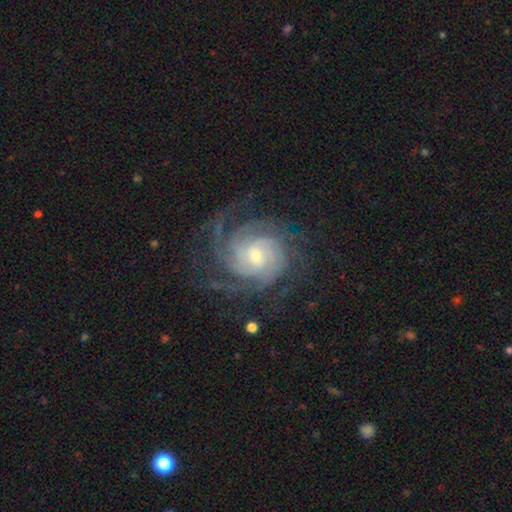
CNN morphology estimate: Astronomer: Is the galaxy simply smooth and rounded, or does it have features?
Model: featured or disk — 89%.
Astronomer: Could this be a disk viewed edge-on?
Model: no — 98%.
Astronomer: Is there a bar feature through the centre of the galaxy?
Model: no — 57% (runner-up: weak, 35%).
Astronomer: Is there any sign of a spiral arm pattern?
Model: yes — 98%.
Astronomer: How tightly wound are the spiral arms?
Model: tight — 70%.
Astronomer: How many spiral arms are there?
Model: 4 — 27% (runner-up: can't tell, 23%).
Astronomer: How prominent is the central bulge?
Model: small — 54% (runner-up: moderate, 39%).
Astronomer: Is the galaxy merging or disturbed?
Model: none — 74%.